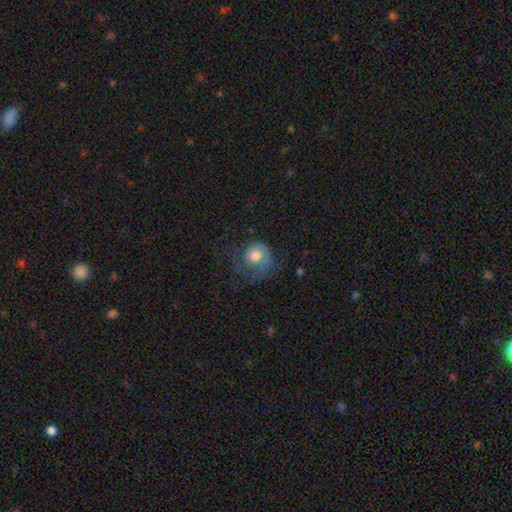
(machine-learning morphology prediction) This is likely a smooth galaxy (61%). How rounded: likely round (74%). Merging: marginally major disturbance (38%).